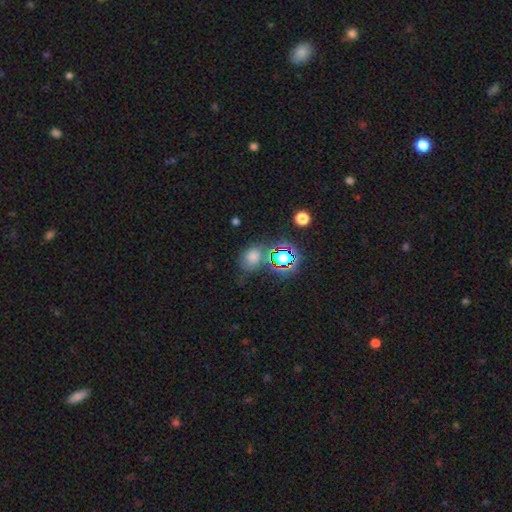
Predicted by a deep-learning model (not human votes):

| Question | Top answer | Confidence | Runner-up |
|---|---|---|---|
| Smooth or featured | smooth | 56% | star or artifact (34%) |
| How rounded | round | 50% | in between (49%) |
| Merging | none | 61% | minor disturbance (19%) |